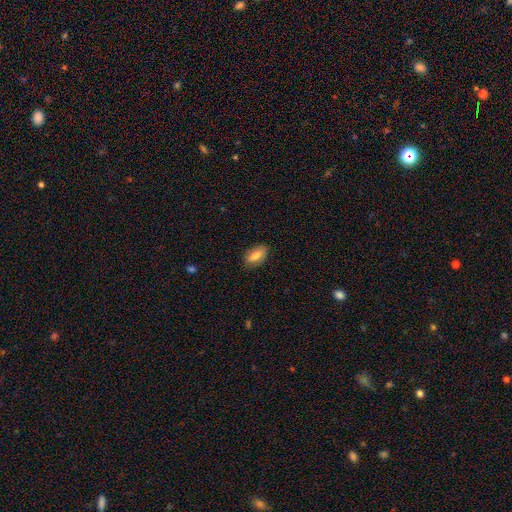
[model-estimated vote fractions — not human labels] Smooth or featured?
  - smooth: 76% *
  - featured or disk: 17%
  - star or artifact: 7%
How rounded?
  - in between: 89% *
  - cigar-shaped: 6%
  - round: 5%
Merging?
  - none: 82% *
  - minor disturbance: 14%
  - major disturbance: 3%
  - merger: 1%